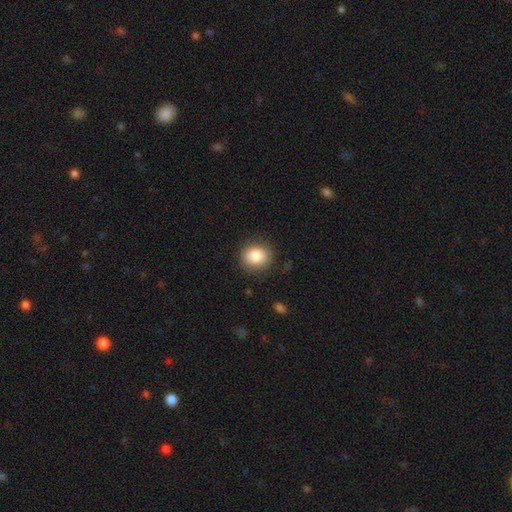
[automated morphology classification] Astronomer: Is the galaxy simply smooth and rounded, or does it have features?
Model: smooth — 83%.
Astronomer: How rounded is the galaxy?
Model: round — 73%.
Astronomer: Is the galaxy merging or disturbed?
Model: none — 86%.